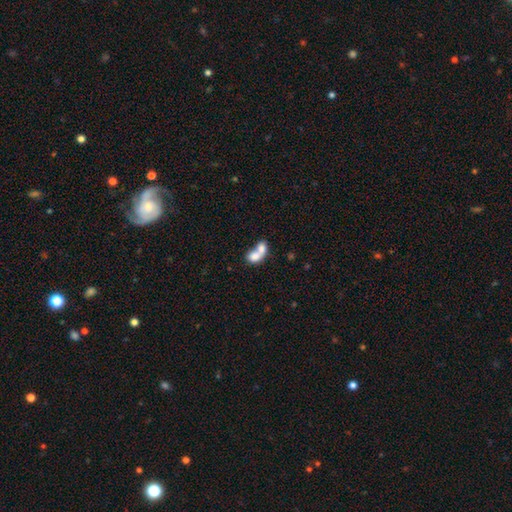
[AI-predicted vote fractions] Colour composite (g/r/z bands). It shows a smooth galaxy with no disk features (71%) that is in between round and cigar-shaped (69%). Merging: merger (77%).